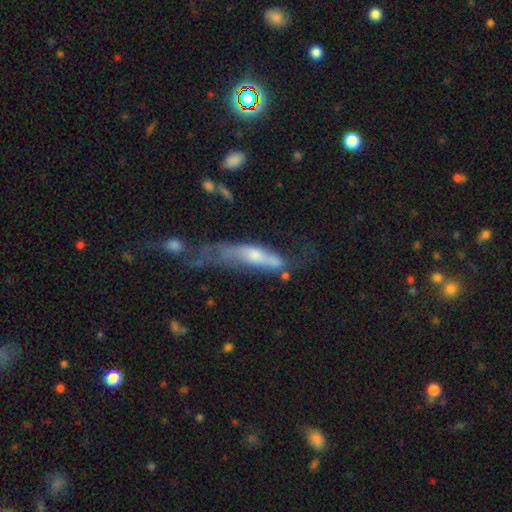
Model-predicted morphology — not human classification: This appears to be a featured or disk galaxy (55%). Merging: major disturbance (36%).